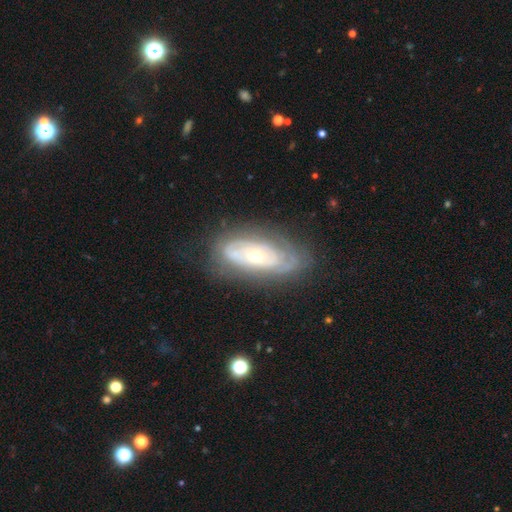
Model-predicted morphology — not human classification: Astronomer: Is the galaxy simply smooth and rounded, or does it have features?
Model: featured or disk — 74%.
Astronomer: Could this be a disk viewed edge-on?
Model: no — 89%.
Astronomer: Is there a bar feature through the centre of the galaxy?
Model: no — 84%.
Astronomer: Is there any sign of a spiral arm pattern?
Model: yes — 64%.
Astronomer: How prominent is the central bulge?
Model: small — 49% (runner-up: moderate, 46%).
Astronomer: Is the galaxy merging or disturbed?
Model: none — 71%.